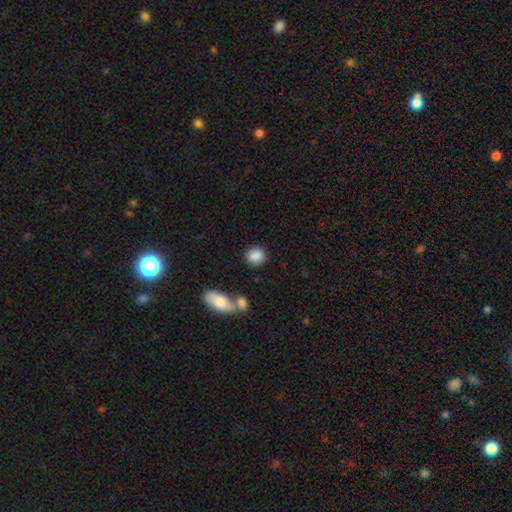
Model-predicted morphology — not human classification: smooth-or-featured: smooth: 88% | star or artifact: 7% | featured or disk: 5%
  how-rounded: round: 63% | in between: 35% | cigar-shaped: 2%
  merging: none: 78% | minor disturbance: 11% | merger: 8% | major disturbance: 4%